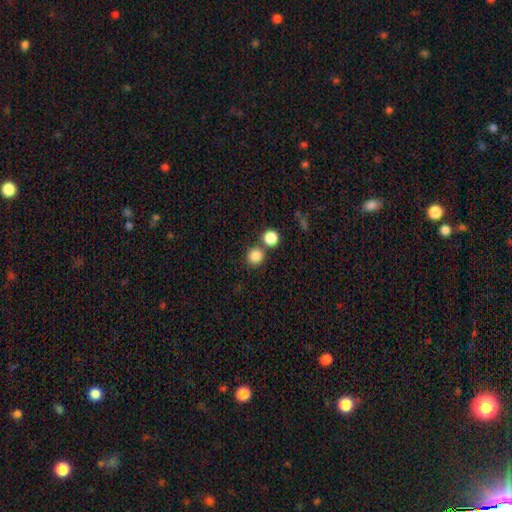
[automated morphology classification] type=smooth (84%); roundness=round (90%); merging=none (69%).